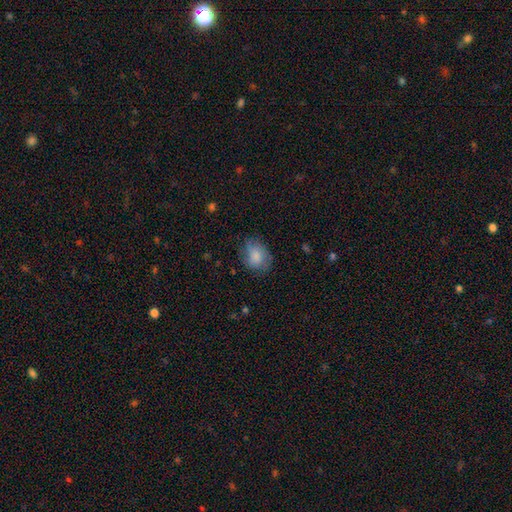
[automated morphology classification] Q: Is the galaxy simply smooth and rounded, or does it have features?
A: smooth — 79%.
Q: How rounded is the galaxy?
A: in between — 57%.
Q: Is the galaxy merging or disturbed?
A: none — 65%.